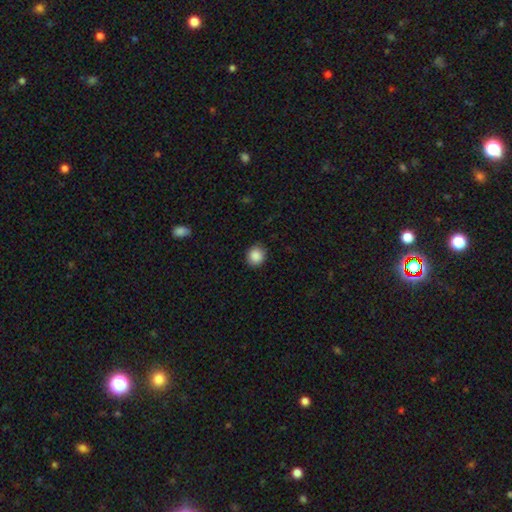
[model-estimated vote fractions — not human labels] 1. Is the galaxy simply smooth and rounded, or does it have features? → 88% smooth, 9% star or artifact, 3% featured or disk.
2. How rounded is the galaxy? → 85% round, 14% in between, 1% cigar-shaped.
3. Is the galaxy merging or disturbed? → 89% none, 8% minor disturbance, 2% major disturbance, 1% merger.